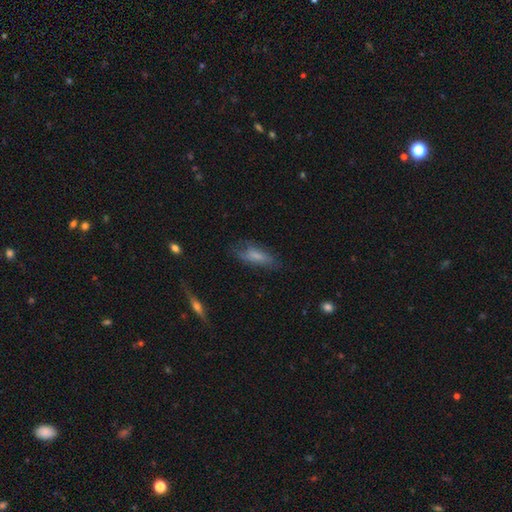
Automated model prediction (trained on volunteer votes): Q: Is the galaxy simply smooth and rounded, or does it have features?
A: smooth — 64%.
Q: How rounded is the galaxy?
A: in between — 59%.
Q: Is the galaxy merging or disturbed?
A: none — 58%.